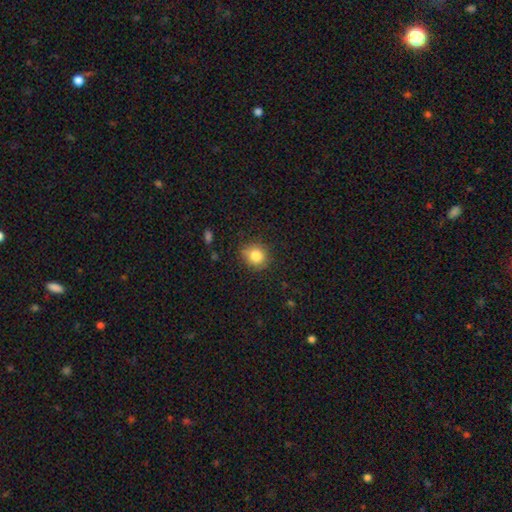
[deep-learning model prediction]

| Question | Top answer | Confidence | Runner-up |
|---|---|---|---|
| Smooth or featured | smooth | 83% | star or artifact (11%) |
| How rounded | round | 75% | in between (24%) |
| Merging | none | 81% | minor disturbance (14%) |